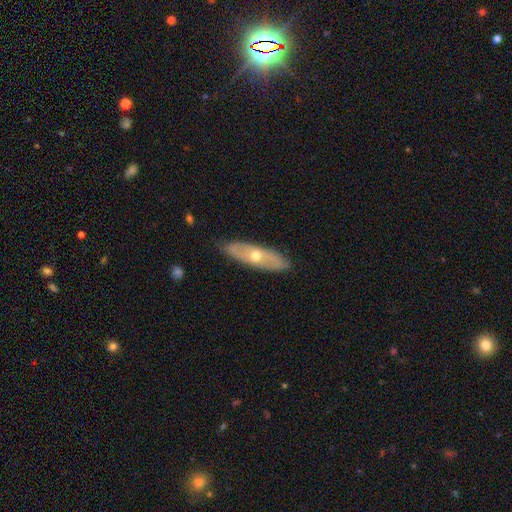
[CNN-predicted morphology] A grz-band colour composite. It shows a featured or disk galaxy (54%). Merging: none (82%).